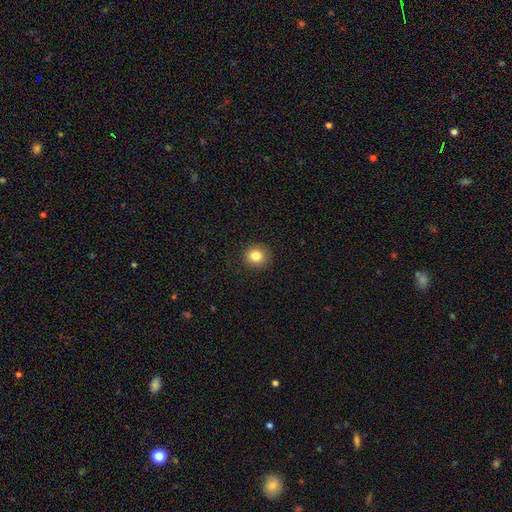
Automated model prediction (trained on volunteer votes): Smooth or featured? Predicted: smooth (p=0.83). How rounded? Predicted: round (p=0.88). Merging? Predicted: none (p=0.90).